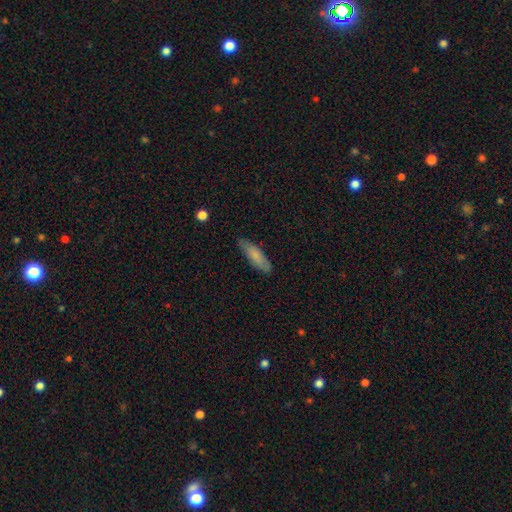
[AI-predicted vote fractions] This appears to be a smooth galaxy with no disk features (77%) that is cigar-shaped (57%). Merging: none (81%).